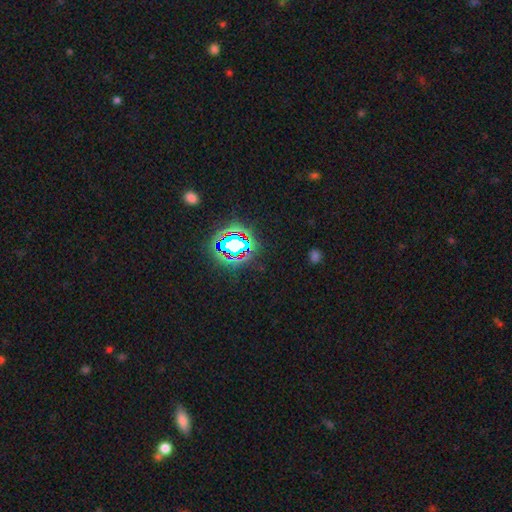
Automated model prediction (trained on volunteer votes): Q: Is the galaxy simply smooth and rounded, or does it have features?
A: star or artifact — 78%.